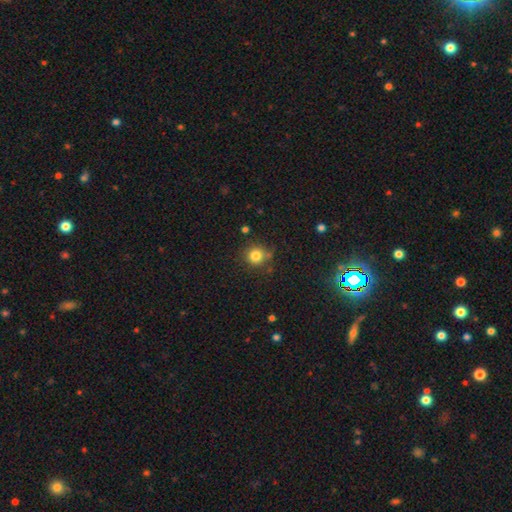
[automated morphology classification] A smooth galaxy with no disk features (82%) that is round (92%). Merging: none (80%).